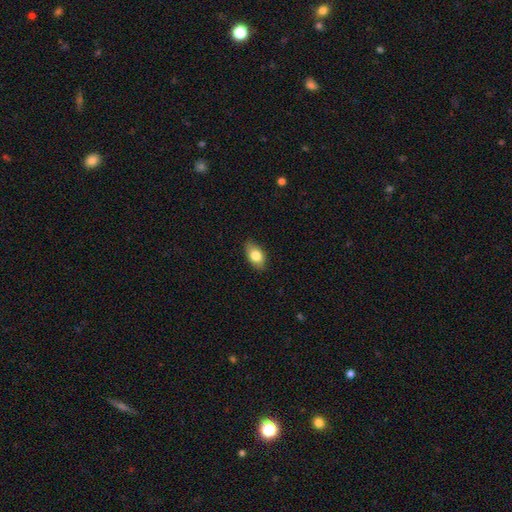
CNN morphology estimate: This appears to be a smooth galaxy with no disk features (80%) that is in between round and cigar-shaped (90%). Merging: none (85%).